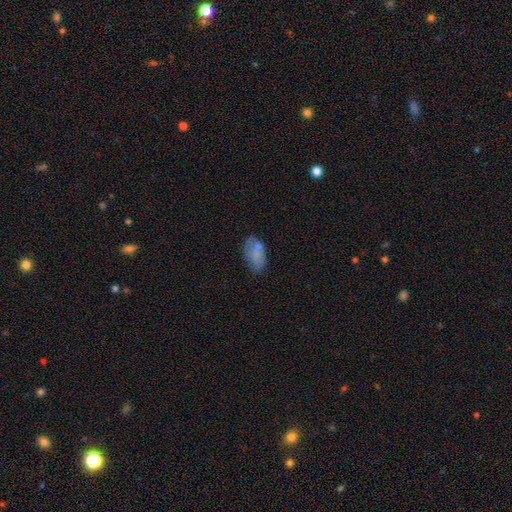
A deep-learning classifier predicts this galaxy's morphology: A smooth galaxy with no disk features (73%) that is in between round and cigar-shaped (93%).

Vote fractions:
- Smooth or featured? smooth: 73% / featured or disk: 18% / star or artifact: 9%
- How rounded? in between: 93% / round: 5% / cigar-shaped: 2%
- Merging? none: 56% / minor disturbance: 27% / major disturbance: 11% / merger: 6%